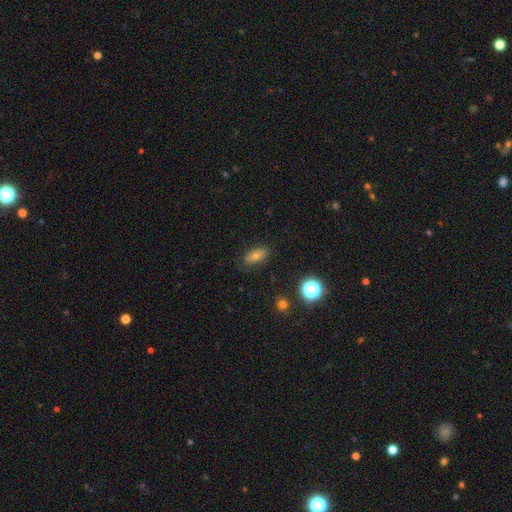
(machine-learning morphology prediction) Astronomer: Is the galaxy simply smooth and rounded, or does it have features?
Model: smooth — 62%.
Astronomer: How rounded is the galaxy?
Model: in between — 81%.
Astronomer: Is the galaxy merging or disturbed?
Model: none — 82%.